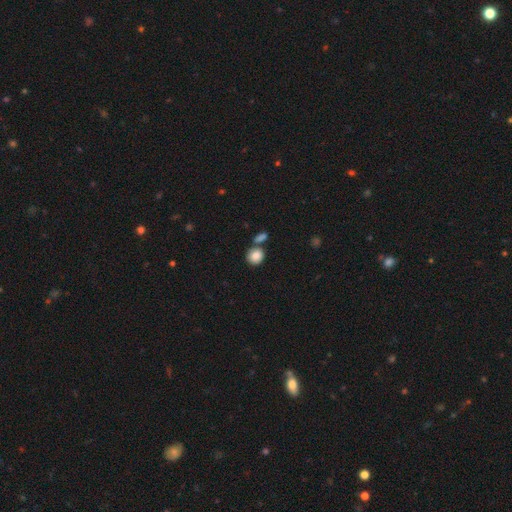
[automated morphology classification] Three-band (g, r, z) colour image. It shows a smooth galaxy with no disk features (85%) that is round (79%). Merging: none (61%).